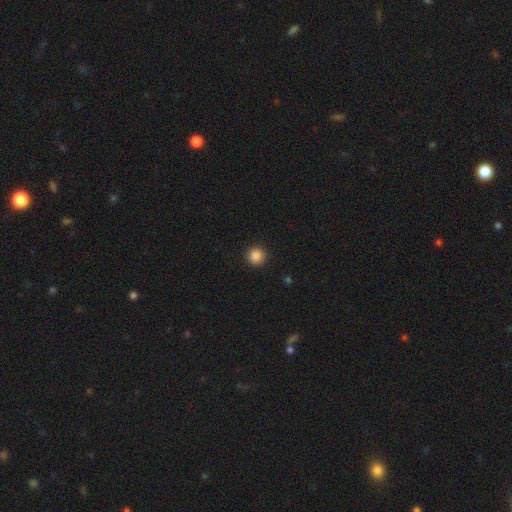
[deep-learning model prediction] smooth 87%, star or artifact 10%, featured or disk 3%. Down the decision tree: how rounded — round (95%); merging — none (93%).